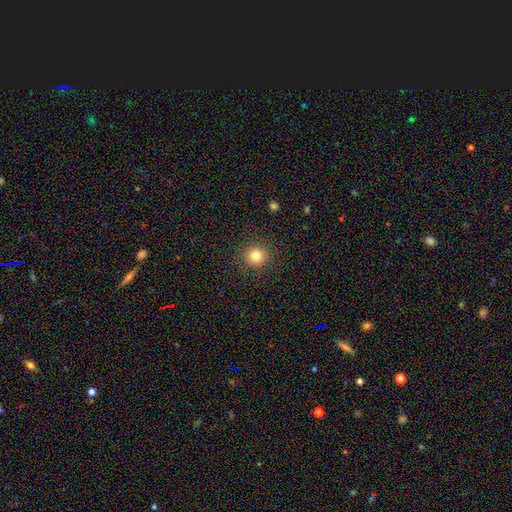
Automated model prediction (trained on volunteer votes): Smooth or featured: smooth — 81% (star or artifact — 13%)
How rounded: round — 92% (in between — 7%)
Merging: none — 91% (minor disturbance — 6%)